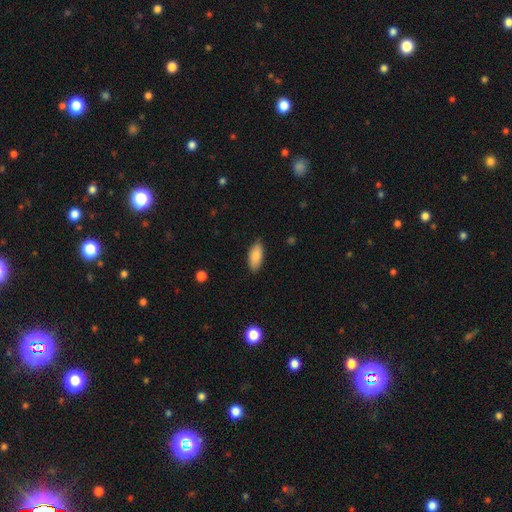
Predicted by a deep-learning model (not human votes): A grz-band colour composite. It shows a smooth galaxy with no disk features (87%) that is in between round and cigar-shaped (88%). Merging: none (85%).